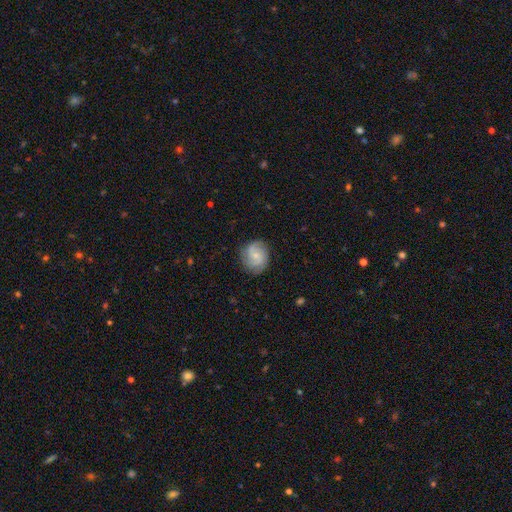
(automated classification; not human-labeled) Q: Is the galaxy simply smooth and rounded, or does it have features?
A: featured or disk — 61%.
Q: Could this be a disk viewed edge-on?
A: no — 98%.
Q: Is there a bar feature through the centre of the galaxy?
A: no — 59%.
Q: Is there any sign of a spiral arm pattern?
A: yes — 92%.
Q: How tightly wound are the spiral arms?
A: medium — 46%.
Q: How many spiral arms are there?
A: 2 — 55%.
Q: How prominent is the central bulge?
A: small — 66%.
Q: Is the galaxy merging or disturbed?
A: none — 79%.